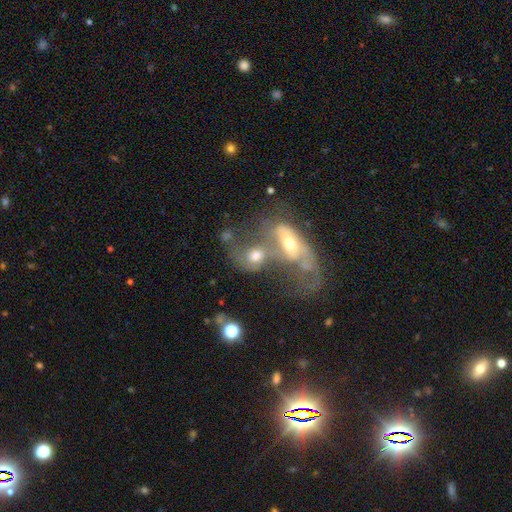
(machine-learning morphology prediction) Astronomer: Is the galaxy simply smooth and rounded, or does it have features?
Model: featured or disk — 48% (runner-up: smooth, 40%).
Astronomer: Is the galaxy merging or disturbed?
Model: merger — 75%.